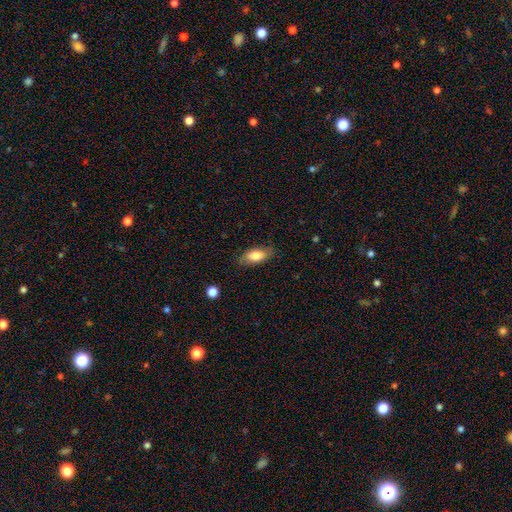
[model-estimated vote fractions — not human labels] Q: Smooth or featured?
A: smooth (78%); runner-up: featured or disk (15%)
Q: How rounded?
A: in between (86%); runner-up: cigar-shaped (10%)
Q: Merging?
A: none (81%); runner-up: minor disturbance (15%)